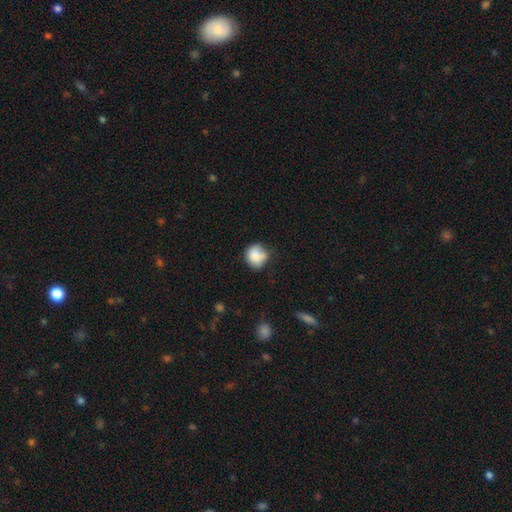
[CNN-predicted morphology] Q: Smooth or featured?
A: smooth (81%); runner-up: featured or disk (10%)
Q: How rounded?
A: round (75%); runner-up: in between (24%)
Q: Merging?
A: none (53%); runner-up: minor disturbance (31%)